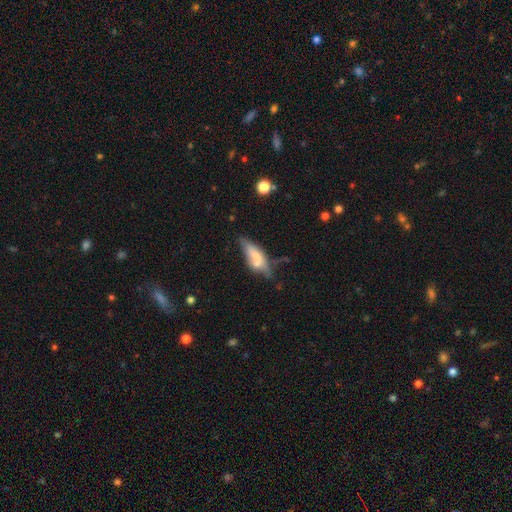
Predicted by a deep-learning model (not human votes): Overall: smooth (55%; featured or disk 36%). How rounded: in between (56%; cigar-shaped 41%). Merging: none (42%; minor disturbance 25%).